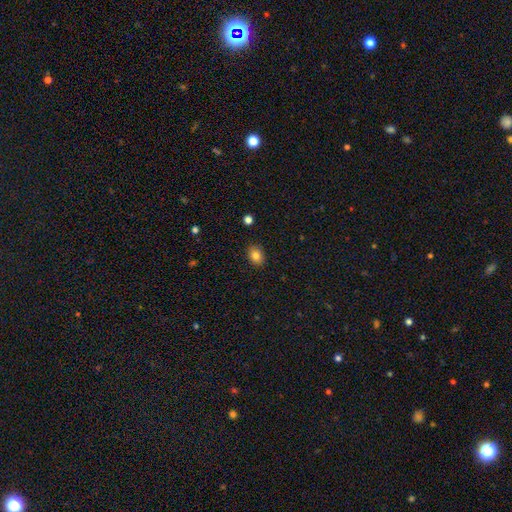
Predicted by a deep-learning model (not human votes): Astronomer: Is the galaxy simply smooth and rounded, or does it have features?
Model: smooth — 83%.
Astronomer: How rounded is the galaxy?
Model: in between — 65%.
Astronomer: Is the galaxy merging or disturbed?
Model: none — 88%.